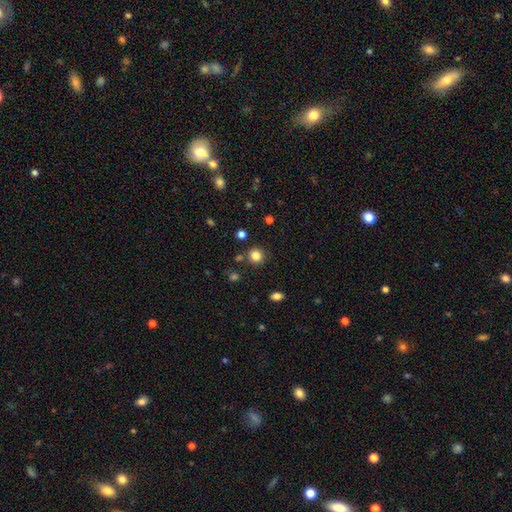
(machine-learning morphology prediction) This is clearly a smooth galaxy (83%). How rounded: clearly round (90%). Merging: clearly none (85%).